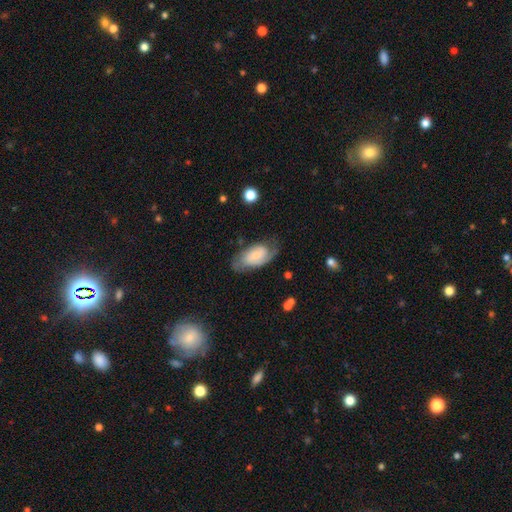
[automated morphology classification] type=featured or disk (56%); edge-on=no (95%); bar=no (55%); spiral arms=yes (87%); bulge=small (53%); merging=none (56%).